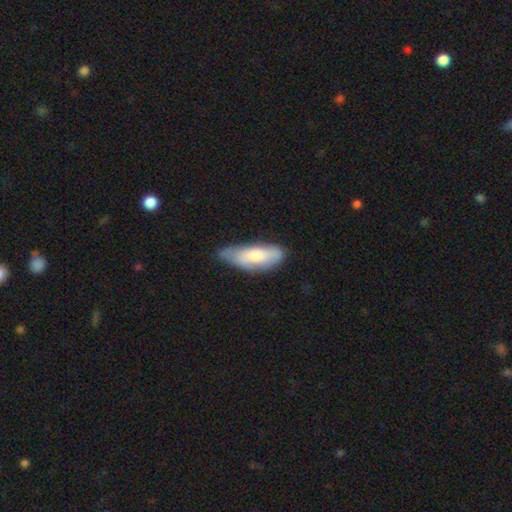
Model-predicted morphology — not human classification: Smooth or featured? Predicted: smooth (p=0.71). How rounded? Predicted: in between (p=0.71). Merging? Predicted: none (p=0.43).